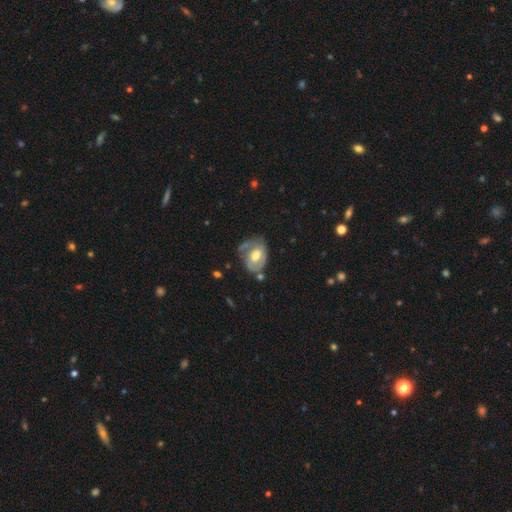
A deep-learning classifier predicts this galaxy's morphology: Smooth or featured? featured or disk (54%)
Edge-on disk? no (95%)
Bar? no (54%)
Spiral arms? yes (52%)
Bulge size? moderate (68%)
Merging? none (47%)